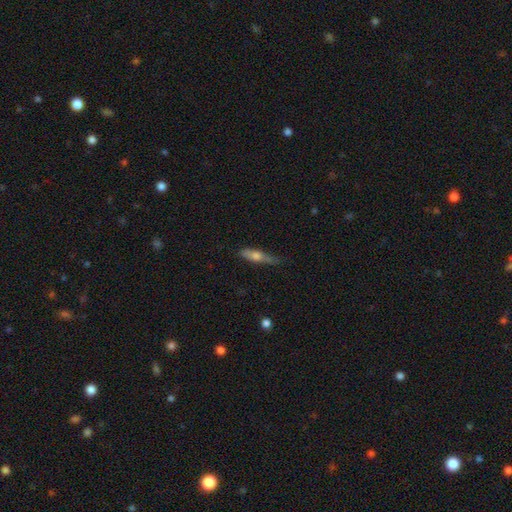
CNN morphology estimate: smooth 54%, featured or disk 39%, star or artifact 7%. Down the decision tree: how rounded — cigar-shaped (76%); merging — none (62%).